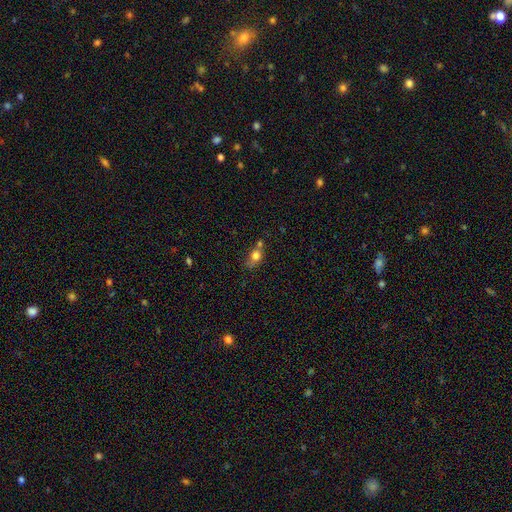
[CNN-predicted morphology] Smooth or featured? Predicted: smooth (p=0.74). How rounded? Predicted: in between (p=0.54). Merging? Predicted: none (p=0.43).